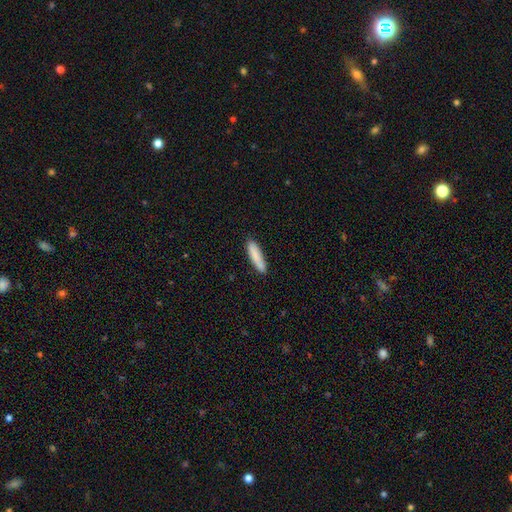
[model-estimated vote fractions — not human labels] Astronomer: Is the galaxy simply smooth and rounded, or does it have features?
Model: smooth — 86%.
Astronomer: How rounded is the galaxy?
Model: cigar-shaped — 81%.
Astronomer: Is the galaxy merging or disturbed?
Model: none — 85%.